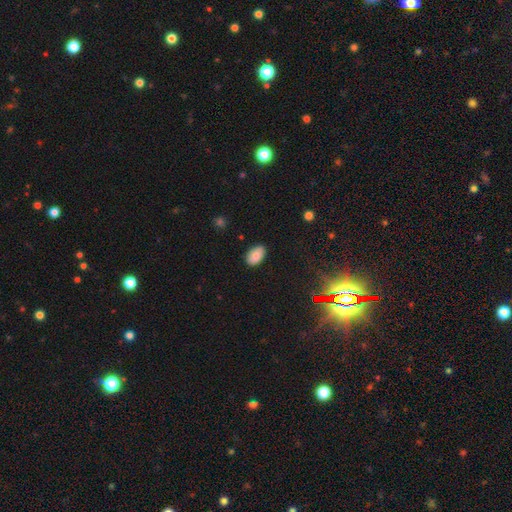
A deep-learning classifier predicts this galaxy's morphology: This is clearly a smooth galaxy (80%). How rounded: clearly in between (92%). Merging: clearly none (85%).